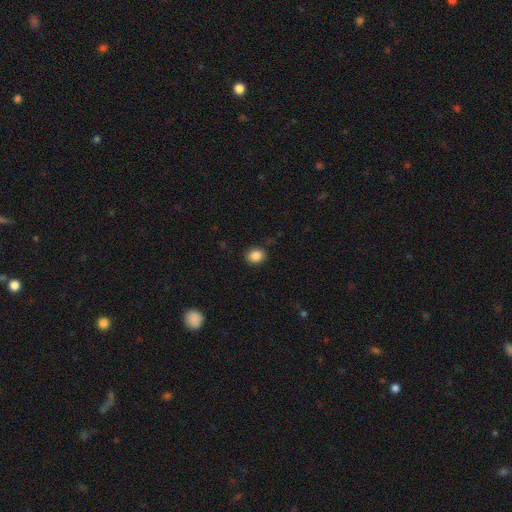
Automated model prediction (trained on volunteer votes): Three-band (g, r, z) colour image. It shows a smooth galaxy with no disk features (86%) that is round (54%). Merging: none (86%).